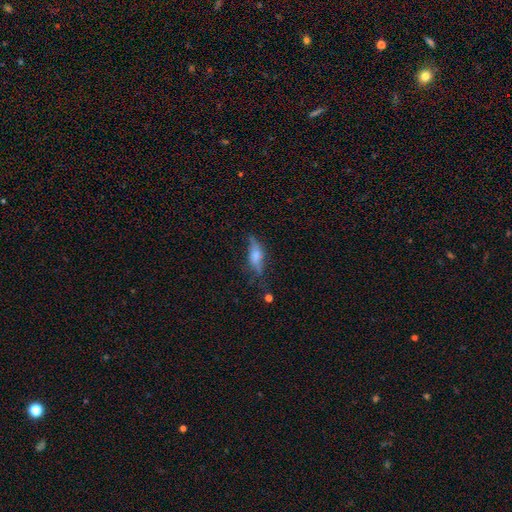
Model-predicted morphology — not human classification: Overall: smooth (54%; featured or disk 36%). How rounded: in between (62%; cigar-shaped 35%). Merging: none (57%; minor disturbance 27%).